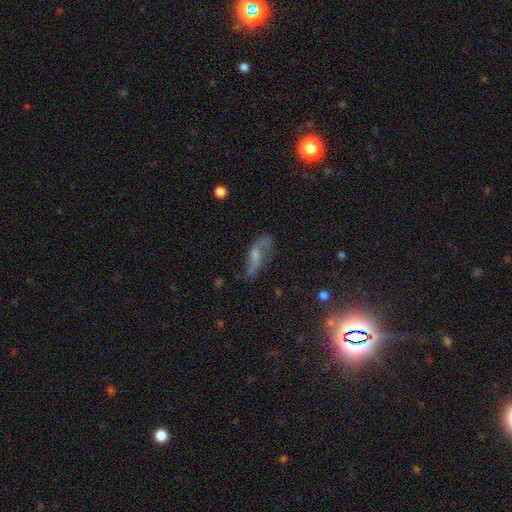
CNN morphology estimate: smooth-or-featured: featured or disk: 63% | smooth: 20% | star or artifact: 17%
  disk-edge-on: no: 85% | yes: 15%
    bar: no: 47% | weak: 37% | strong: 16%
    has-spiral-arms: yes: 84% | no: 16%
    bulge-size: small: 42% | moderate: 36% | none: 15% | large: 5% | dominant: 2%
  merging: none: 58% | minor disturbance: 21% | major disturbance: 17% | merger: 4%